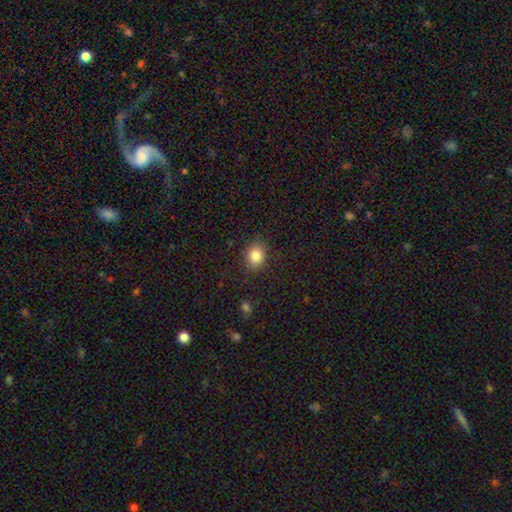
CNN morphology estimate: type=smooth (85%); roundness=round (50%); merging=none (85%).